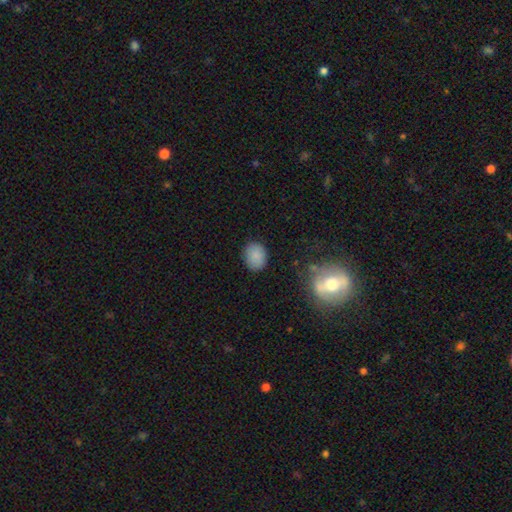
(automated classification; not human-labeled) A smooth galaxy with no disk features (85%) that is in between round and cigar-shaped (57%). Merging: none (85%).